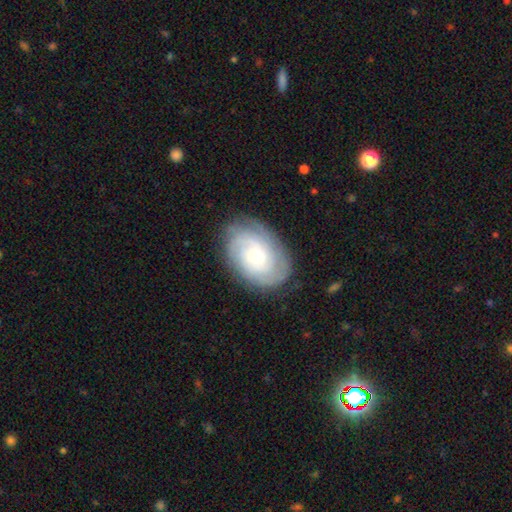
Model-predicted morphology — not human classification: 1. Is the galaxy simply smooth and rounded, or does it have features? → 74% featured or disk, 20% smooth, 7% star or artifact.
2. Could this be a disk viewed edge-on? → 97% no, 3% yes.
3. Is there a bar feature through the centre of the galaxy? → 72% no, 24% weak, 4% strong.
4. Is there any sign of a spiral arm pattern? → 94% yes, 6% no.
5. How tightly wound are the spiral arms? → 71% tight, 23% medium, 6% loose.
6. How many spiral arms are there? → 38% can't tell, 20% 3, 18% 2, 13% 4, 6% more than 4, 5% 1.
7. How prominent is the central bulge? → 55% small, 38% moderate, 4% large, 2% none, 1% dominant.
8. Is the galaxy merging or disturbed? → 80% none, 15% minor disturbance, 4% major disturbance, 1% merger.